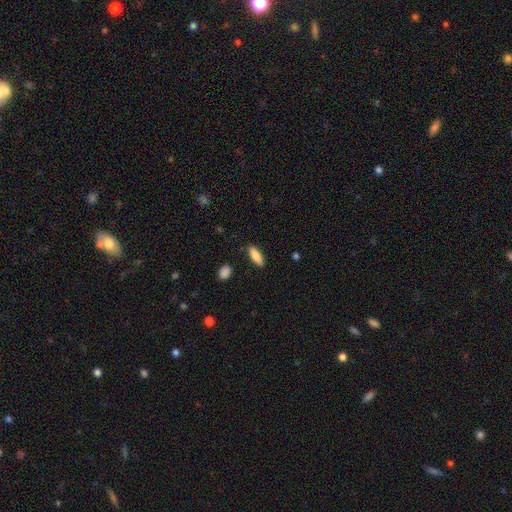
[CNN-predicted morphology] smooth-or-featured: smooth: 84% | featured or disk: 10% | star or artifact: 6%
  how-rounded: in between: 68% | cigar-shaped: 30% | round: 2%
  merging: none: 86% | minor disturbance: 10% | major disturbance: 2% | merger: 2%